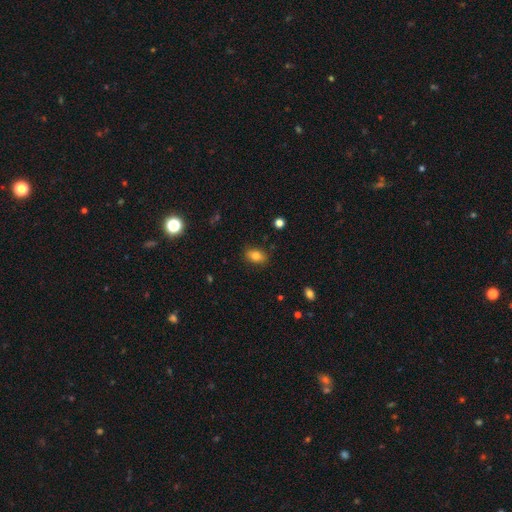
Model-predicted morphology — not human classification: Smooth or featured: smooth — 81% (star or artifact — 10%)
How rounded: in between — 83% (round — 14%)
Merging: none — 85% (minor disturbance — 11%)